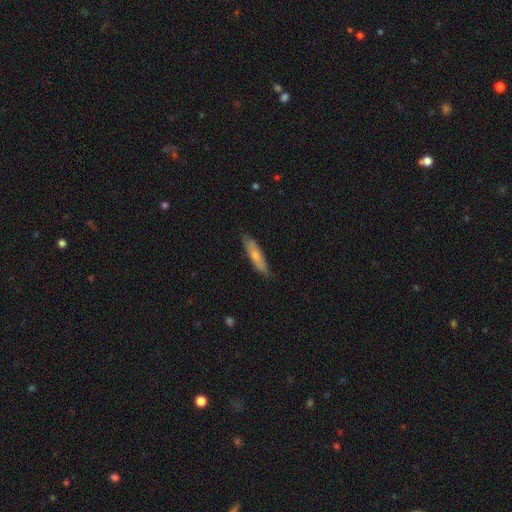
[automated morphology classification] This appears to be a smooth galaxy with no disk features (66%) that is cigar-shaped (77%). Merging: none (82%).